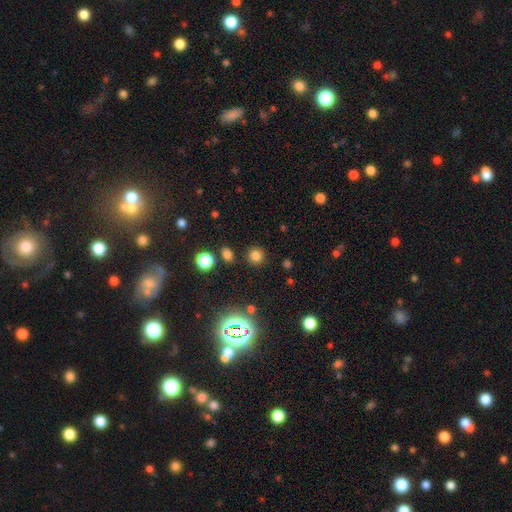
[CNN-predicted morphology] Smooth or featured? smooth (76%)
How rounded? round (89%)
Merging? none (87%)